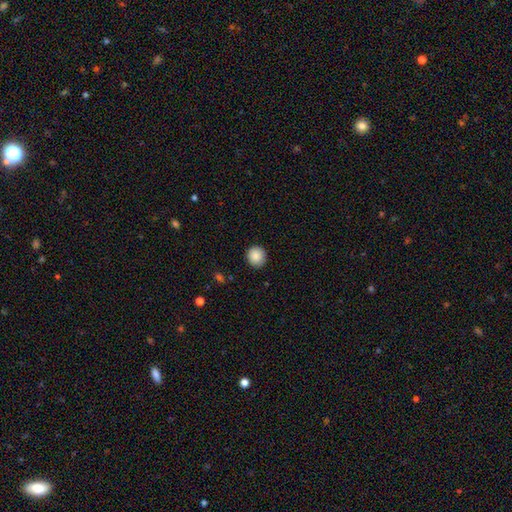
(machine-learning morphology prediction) This appears to be a smooth galaxy with no disk features (88%) that is round (88%). Merging: none (90%).